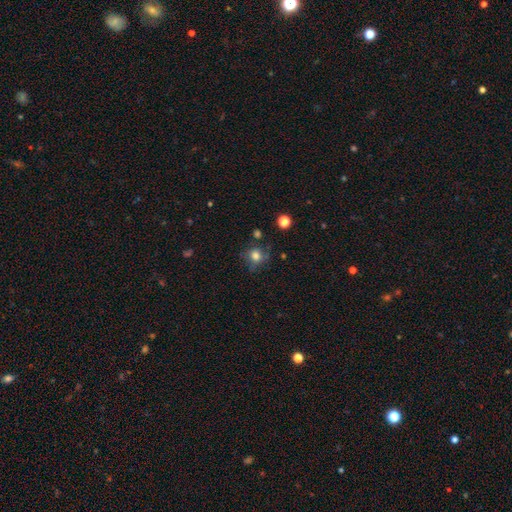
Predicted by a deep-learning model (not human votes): smooth-or-featured: smooth: 76% | star or artifact: 13% | featured or disk: 11%
  how-rounded: round: 81% | in between: 18% | cigar-shaped: 1%
  merging: none: 67% | minor disturbance: 19% | major disturbance: 9% | merger: 5%